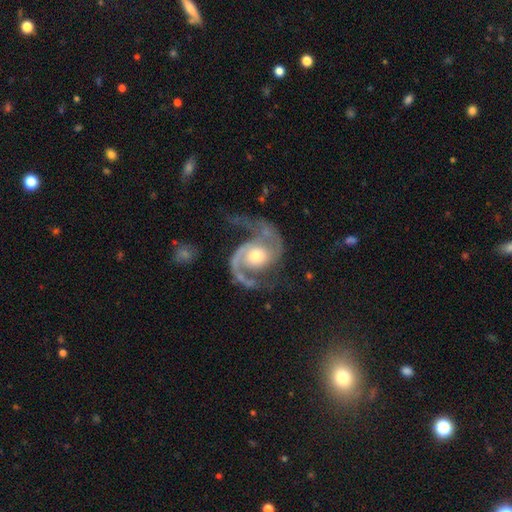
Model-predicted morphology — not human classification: Smooth or featured? Predicted: featured or disk (p=0.93). Edge-on disk? Predicted: no (p=0.98). Bar? Predicted: no (p=0.70). Spiral arms? Predicted: yes (p=0.98). Spiral winding? Predicted: medium (p=0.56). Spiral arm count? Predicted: 2 (p=0.91). Bulge size? Predicted: moderate (p=0.62). Merging? Predicted: none (p=0.62).